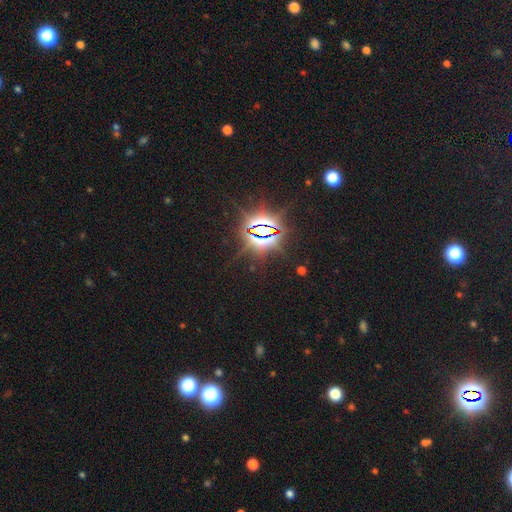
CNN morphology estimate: Smooth or featured: star or artifact — 83% (smooth — 10%)